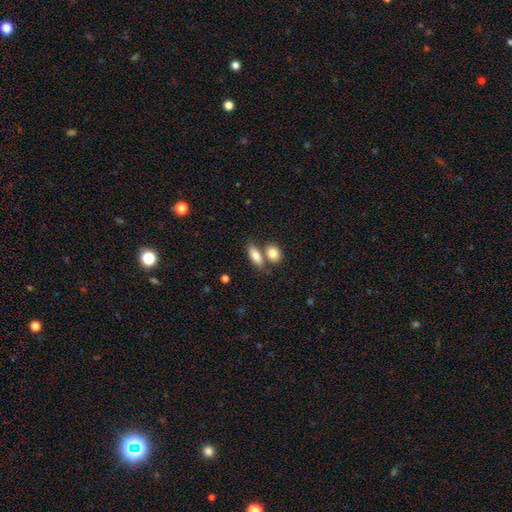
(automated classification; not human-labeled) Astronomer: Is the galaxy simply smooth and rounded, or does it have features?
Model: smooth — 81%.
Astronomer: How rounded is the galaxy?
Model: in between — 79%.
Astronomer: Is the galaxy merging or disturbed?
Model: none — 48% (runner-up: merger, 38%).